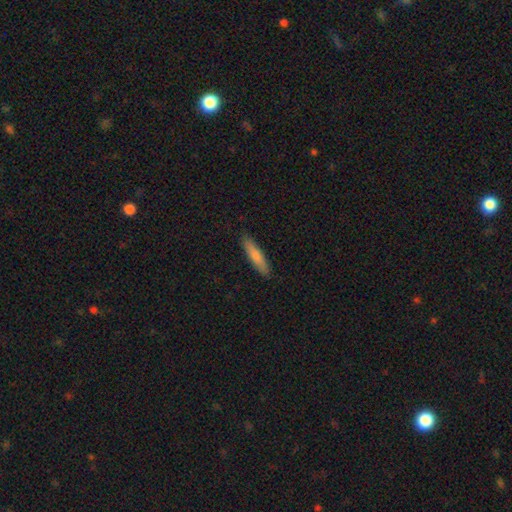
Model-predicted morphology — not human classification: A smooth galaxy with no disk features (80%) that is cigar-shaped (83%). Merging: none (89%).